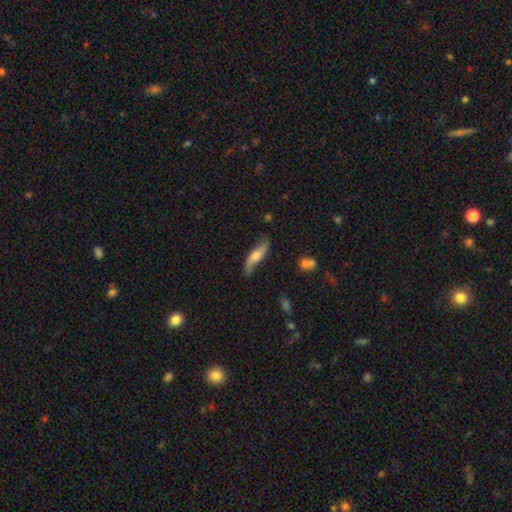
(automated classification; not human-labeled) The model was most divided on "edge-on disk": no: 60%, yes: 40%. More confident: merging — none (73%); smooth or featured — featured or disk (63%).